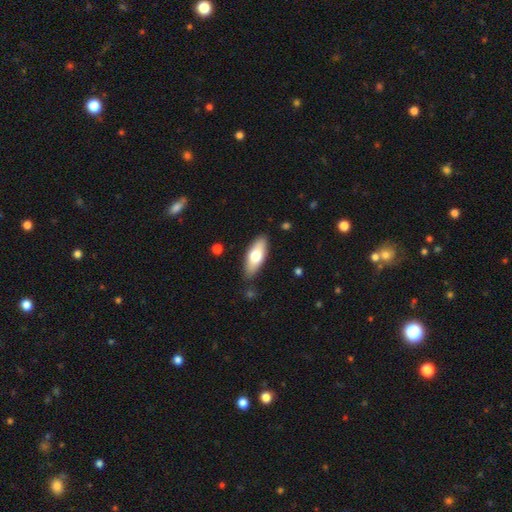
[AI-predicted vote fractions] The model was most divided on "smooth or featured": smooth: 66%, featured or disk: 28%, star or artifact: 5%. More confident: merging — none (86%); how rounded — in between (71%).